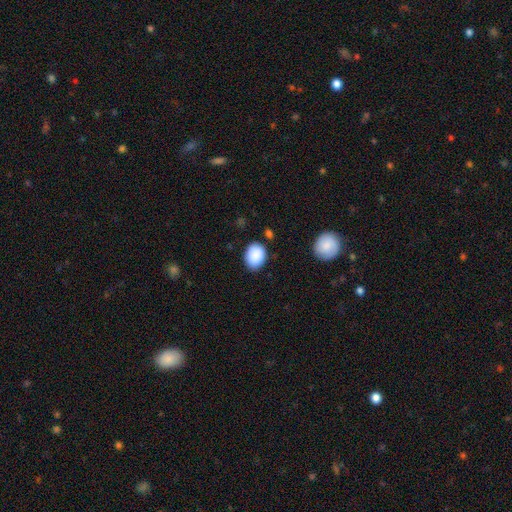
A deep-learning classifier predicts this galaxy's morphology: A smooth galaxy with no disk features (89%) that is in between round and cigar-shaped (64%). Merging: none (79%).